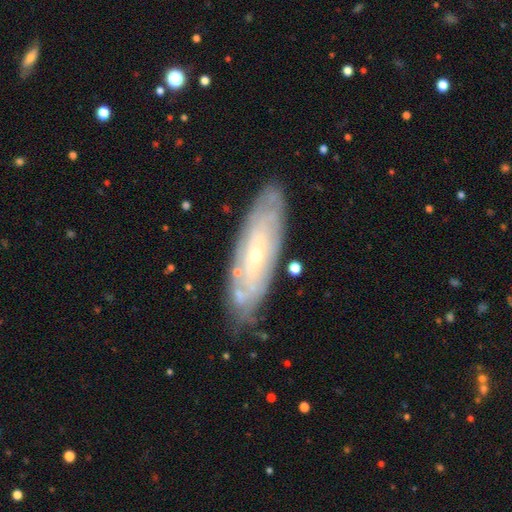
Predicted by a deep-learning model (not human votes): This appears to be a featured or disk galaxy (74%) with no bar (74%), spiral arms (76%) and a small central bulge (83%). Merging: none (81%).